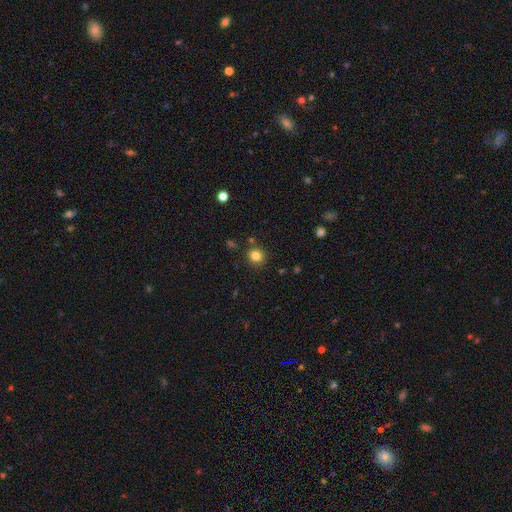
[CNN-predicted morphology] A smooth galaxy with no disk features (82%) that is round (91%).

Vote fractions:
- Smooth or featured? smooth: 82% / star or artifact: 12% / featured or disk: 5%
- How rounded? round: 91% / in between: 9% / cigar-shaped: 1%
- Merging? none: 86% / minor disturbance: 8% / merger: 4% / major disturbance: 2%